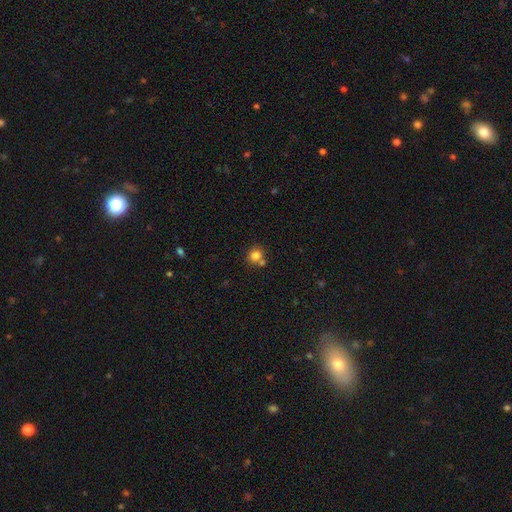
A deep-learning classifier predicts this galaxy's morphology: Smooth or featured?
  - smooth: 81% *
  - star or artifact: 12%
  - featured or disk: 7%
How rounded?
  - round: 87% *
  - in between: 12%
  - cigar-shaped: 1%
Merging?
  - none: 64% *
  - merger: 24%
  - minor disturbance: 10%
  - major disturbance: 3%